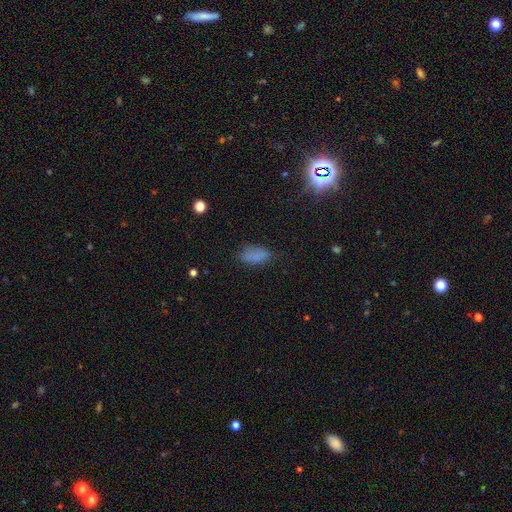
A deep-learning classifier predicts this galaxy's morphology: smooth_or_featured: smooth (p=0.78) [alt: star or artifact p=0.14]
how_rounded: in between (p=0.90) [alt: cigar-shaped p=0.05]
merging: none (p=0.66) [alt: minor disturbance p=0.23]